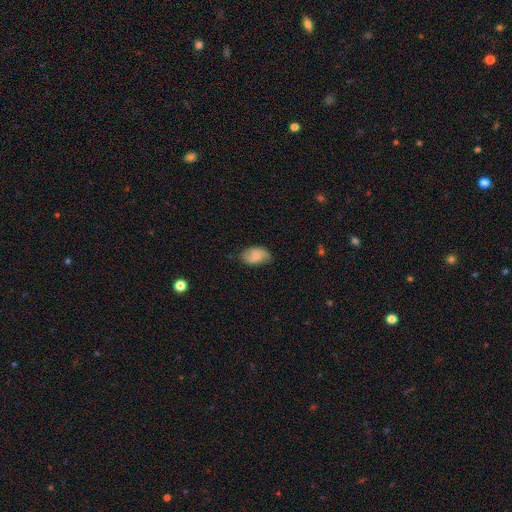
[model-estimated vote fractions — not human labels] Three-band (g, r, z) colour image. It shows a smooth galaxy with no disk features (47%). Merging: none (75%).